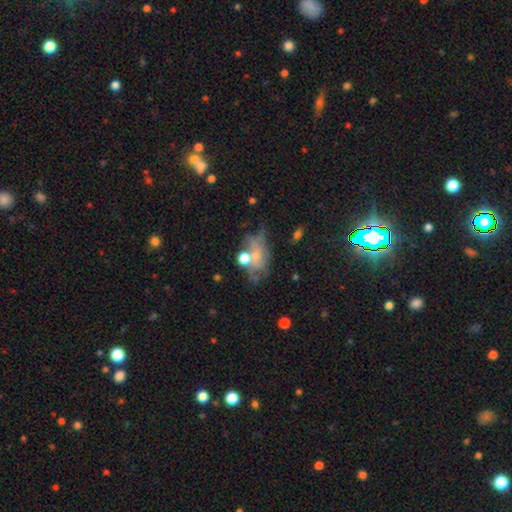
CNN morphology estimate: This appears to be a featured or disk galaxy (48%). Merging: none (34%).